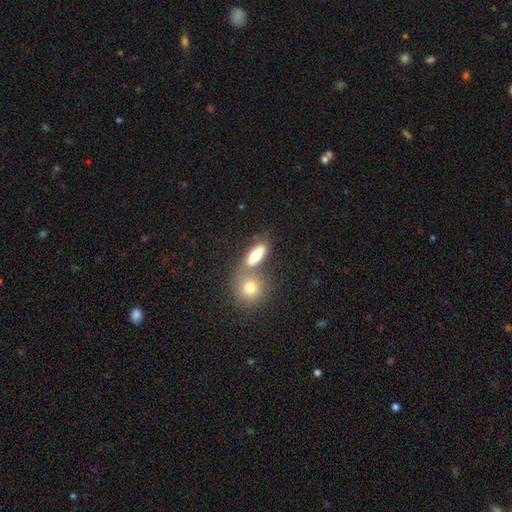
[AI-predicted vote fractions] Morphology: type=smooth (72%); roundness=in between (68%); merging=none (48%).